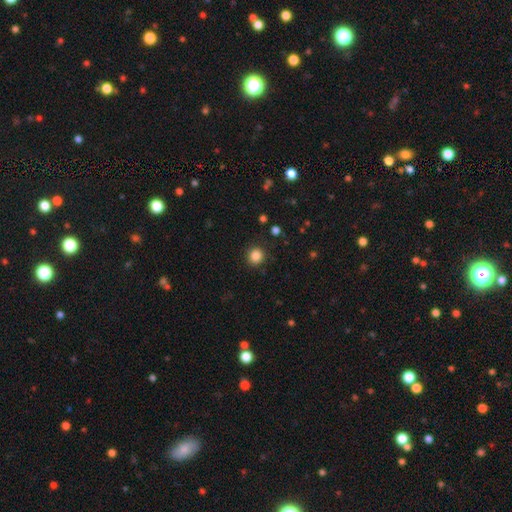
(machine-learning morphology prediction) Smooth or featured: smooth — 85% (star or artifact — 11%)
How rounded: round — 92% (in between — 7%)
Merging: none — 90% (minor disturbance — 7%)